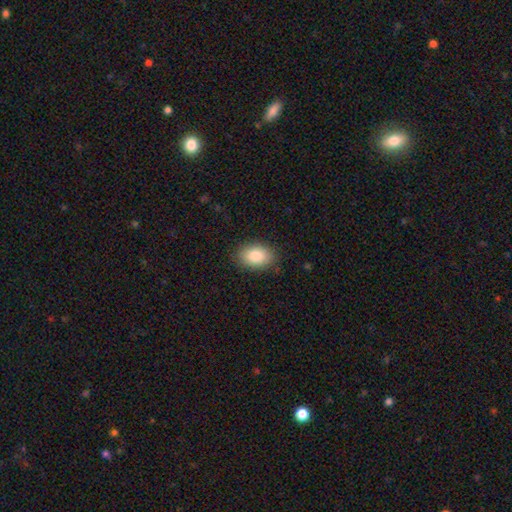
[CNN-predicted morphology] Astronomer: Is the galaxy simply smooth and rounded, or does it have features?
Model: smooth — 86%.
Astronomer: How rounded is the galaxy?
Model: in between — 86%.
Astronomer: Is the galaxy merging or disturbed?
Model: none — 86%.